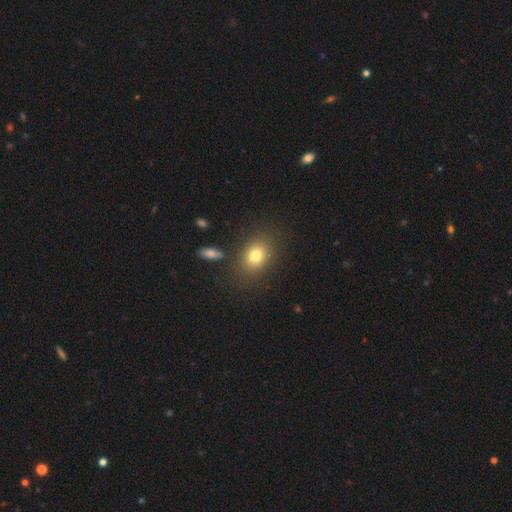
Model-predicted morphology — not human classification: This is likely a smooth galaxy (78%). How rounded: possibly in between (57%). Merging: clearly none (81%).